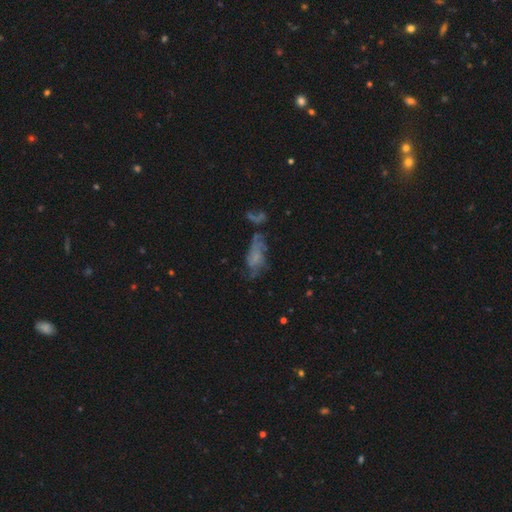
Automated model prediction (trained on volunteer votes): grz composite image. It shows a featured or disk galaxy (47%). Merging: major disturbance (32%).